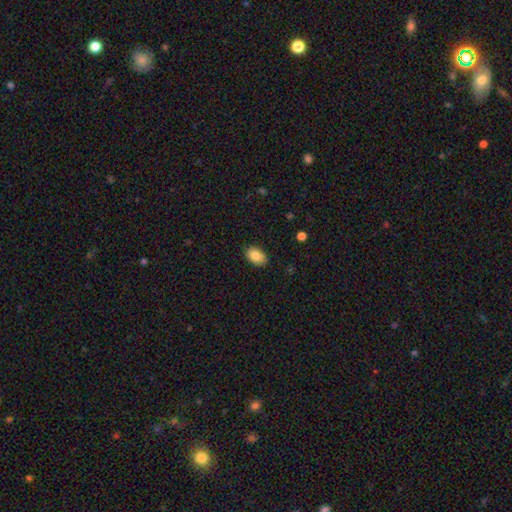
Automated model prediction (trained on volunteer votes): Q: Smooth or featured?
A: smooth (87%); runner-up: star or artifact (7%)
Q: How rounded?
A: in between (89%); runner-up: round (10%)
Q: Merging?
A: none (88%); runner-up: minor disturbance (9%)